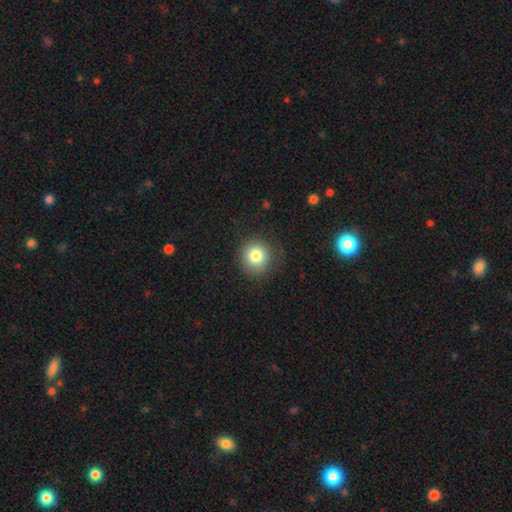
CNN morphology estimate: Smooth or featured?
  - smooth: 82% *
  - star or artifact: 11%
  - featured or disk: 7%
How rounded?
  - round: 91% *
  - in between: 8%
  - cigar-shaped: 1%
Merging?
  - none: 86% *
  - minor disturbance: 10%
  - major disturbance: 3%
  - merger: 1%